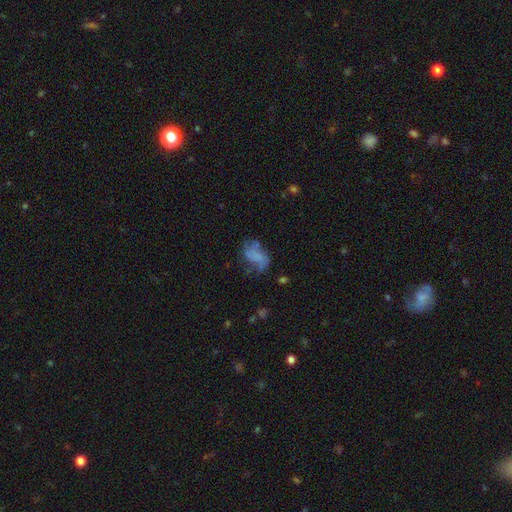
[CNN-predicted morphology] This appears to be a smooth galaxy with no disk features (47%). Merging: none (38%).